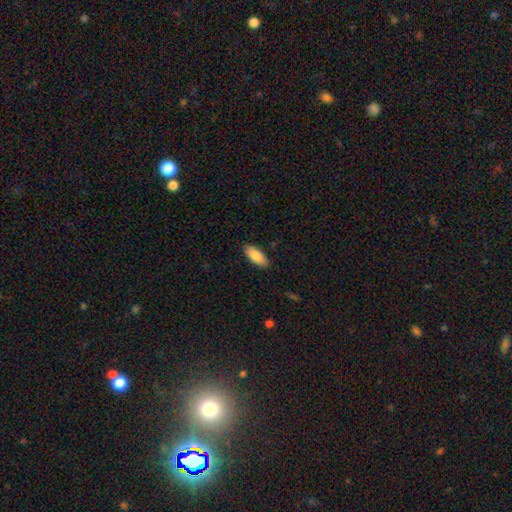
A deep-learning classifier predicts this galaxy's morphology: The model was most divided on "how rounded": in between: 83%, cigar-shaped: 15%, round: 2%. More confident: merging — none (89%); smooth or featured — smooth (86%).